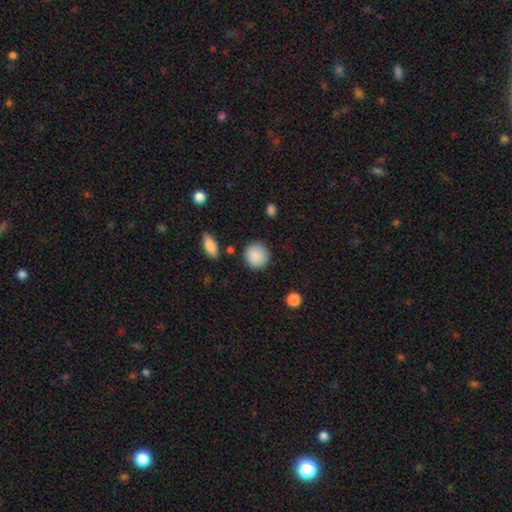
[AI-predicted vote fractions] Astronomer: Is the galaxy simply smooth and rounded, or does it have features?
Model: smooth — 89%.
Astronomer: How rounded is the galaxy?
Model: round — 91%.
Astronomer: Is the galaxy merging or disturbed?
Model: none — 87%.